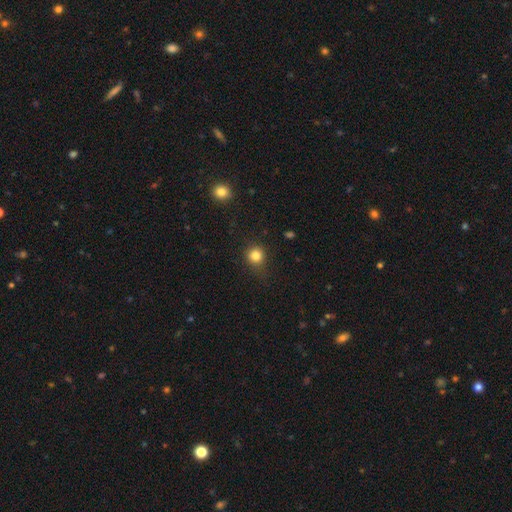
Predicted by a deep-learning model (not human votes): Smooth or featured?
  - smooth: 82% *
  - star or artifact: 13%
  - featured or disk: 5%
How rounded?
  - round: 89% *
  - in between: 10%
  - cigar-shaped: 1%
Merging?
  - none: 81% *
  - minor disturbance: 13%
  - major disturbance: 4%
  - merger: 1%